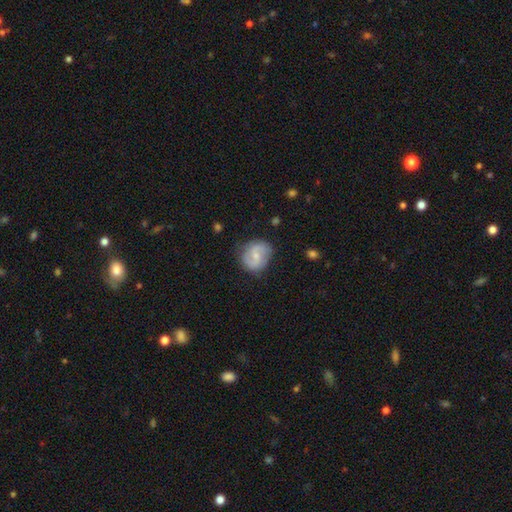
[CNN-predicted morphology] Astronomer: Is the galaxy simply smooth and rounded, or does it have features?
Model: featured or disk — 65%.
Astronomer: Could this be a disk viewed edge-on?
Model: no — 98%.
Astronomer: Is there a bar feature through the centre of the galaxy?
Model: weak — 53% (runner-up: no, 32%).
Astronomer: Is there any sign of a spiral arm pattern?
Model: yes — 89%.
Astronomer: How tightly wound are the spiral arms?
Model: medium — 47% (runner-up: loose, 33%).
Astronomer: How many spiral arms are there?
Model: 2 — 88%.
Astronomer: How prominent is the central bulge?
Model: small — 56% (runner-up: moderate, 35%).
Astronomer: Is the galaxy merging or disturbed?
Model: none — 77%.